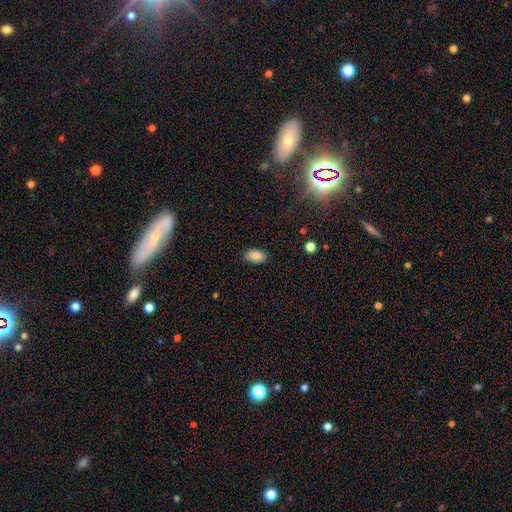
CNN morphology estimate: smooth-or-featured: smooth: 86% | star or artifact: 8% | featured or disk: 6%
  how-rounded: in between: 92% | round: 7% | cigar-shaped: 2%
  merging: none: 86% | minor disturbance: 11% | major disturbance: 2% | merger: 1%